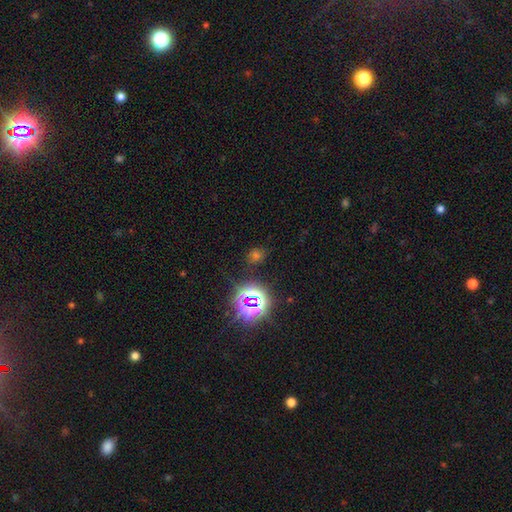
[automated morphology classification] This is possibly a star or artifact rather than a galaxy (49%).